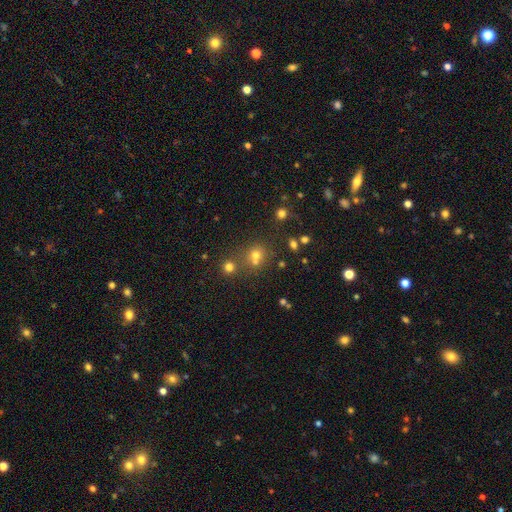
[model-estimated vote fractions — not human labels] Q: Smooth or featured?
A: smooth (60%); runner-up: star or artifact (29%)
Q: How rounded?
A: round (81%); runner-up: in between (18%)
Q: Merging?
A: none (53%); runner-up: merger (35%)